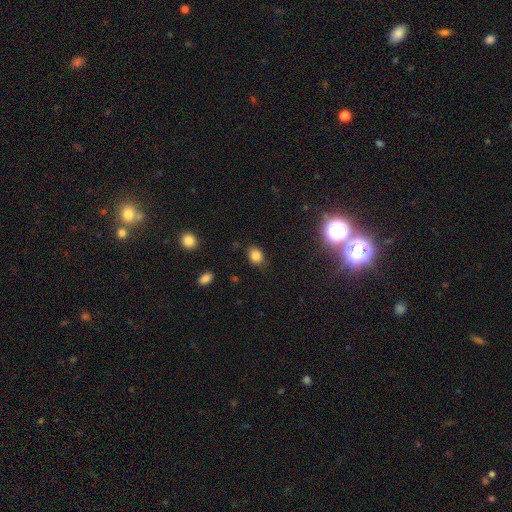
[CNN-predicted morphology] Q: Smooth or featured?
A: smooth (82%); runner-up: star or artifact (13%)
Q: How rounded?
A: in between (59%); runner-up: round (40%)
Q: Merging?
A: none (79%); runner-up: minor disturbance (15%)